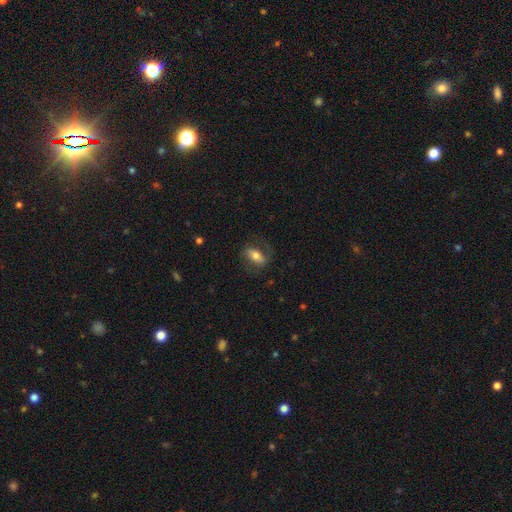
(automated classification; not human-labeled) Smooth or featured: smooth — 52% (featured or disk — 41%)
How rounded: in between — 81% (cigar-shaped — 12%)
Merging: none — 68% (minor disturbance — 17%)